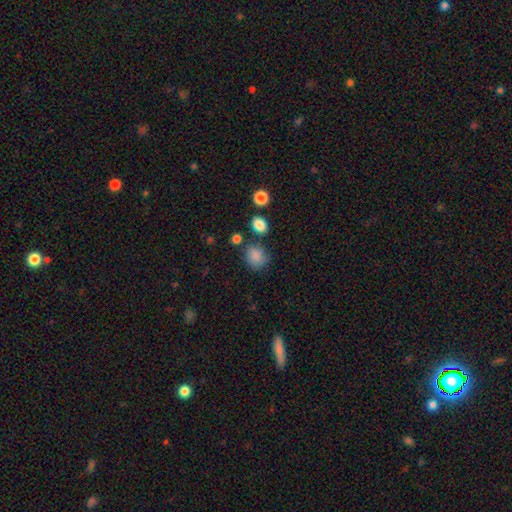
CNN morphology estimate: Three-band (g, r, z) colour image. It shows a smooth galaxy with no disk features (85%) that is round (69%). Merging: none (70%).